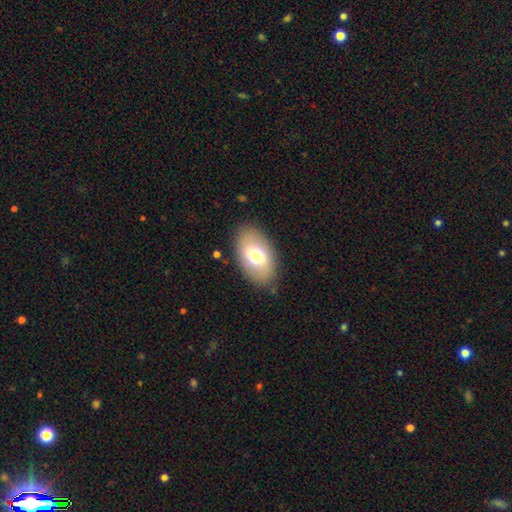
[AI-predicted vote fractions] A smooth galaxy with no disk features (70%) that is in between round and cigar-shaped (92%). Merging: none (83%).